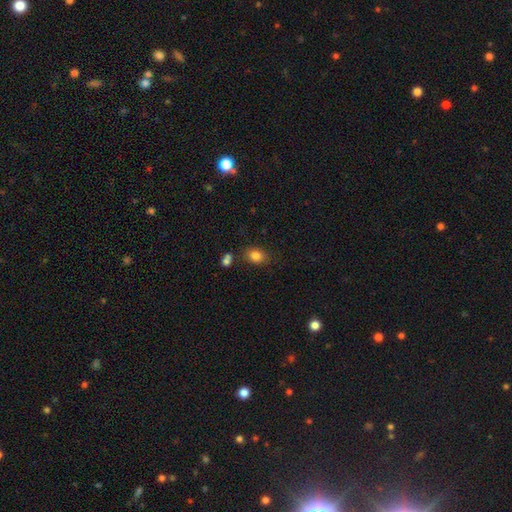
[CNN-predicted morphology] Smooth or featured? Predicted: smooth (p=0.84). How rounded? Predicted: in between (p=0.68). Merging? Predicted: none (p=0.76).